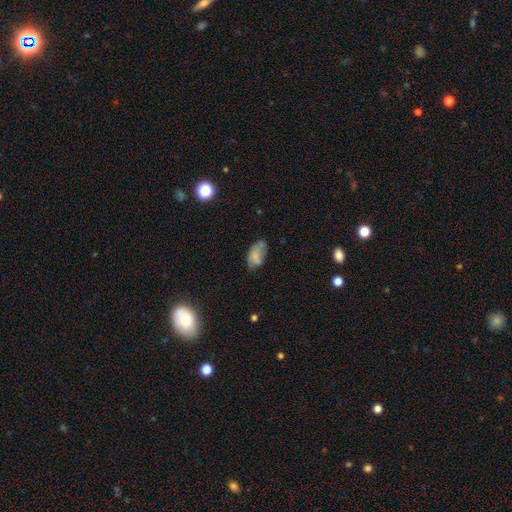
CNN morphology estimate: Smooth or featured? Predicted: smooth (p=0.68). How rounded? Predicted: in between (p=0.91). Merging? Predicted: none (p=0.48).